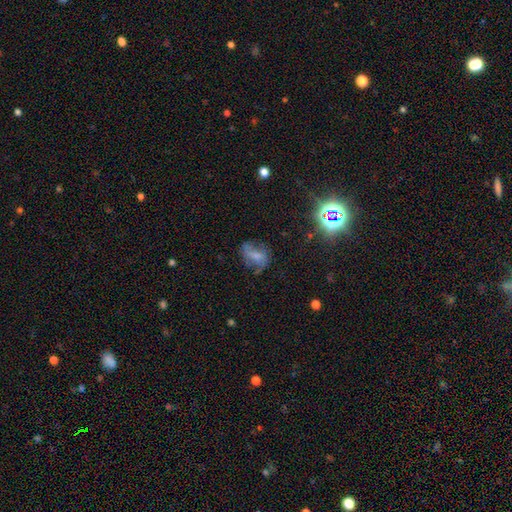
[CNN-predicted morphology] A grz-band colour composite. It shows a smooth galaxy with no disk features (44%). Merging: none (49%).